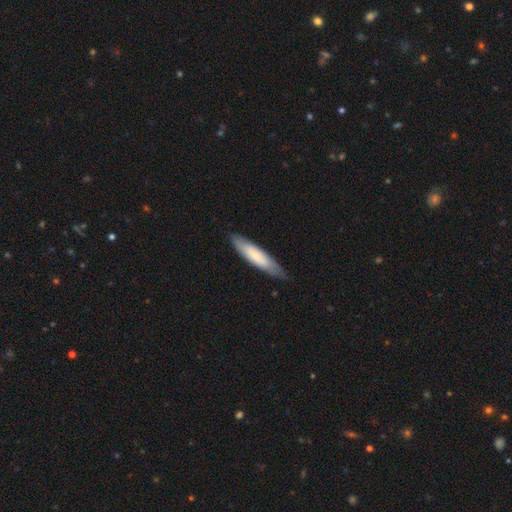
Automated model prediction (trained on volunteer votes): This is likely a smooth galaxy (66%). How rounded: likely cigar-shaped (74%). Merging: clearly none (81%).